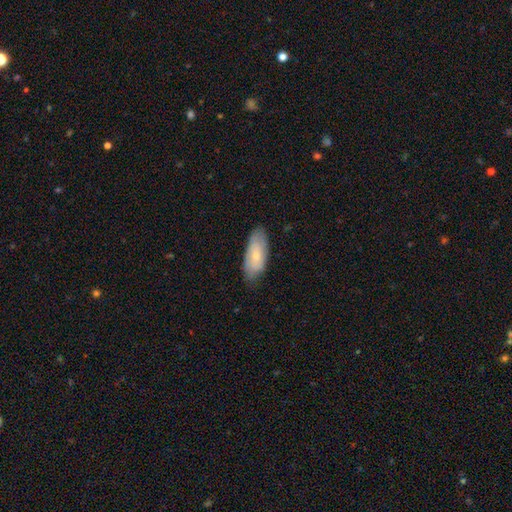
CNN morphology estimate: A smooth galaxy with no disk features (71%) that is in between round and cigar-shaped (83%). Merging: none (77%).